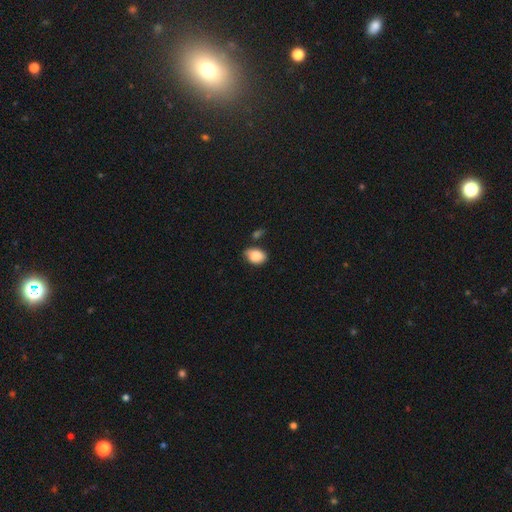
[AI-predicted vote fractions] Q: Smooth or featured?
A: smooth (86%); runner-up: star or artifact (8%)
Q: How rounded?
A: in between (79%); runner-up: round (20%)
Q: Merging?
A: none (57%); runner-up: minor disturbance (31%)